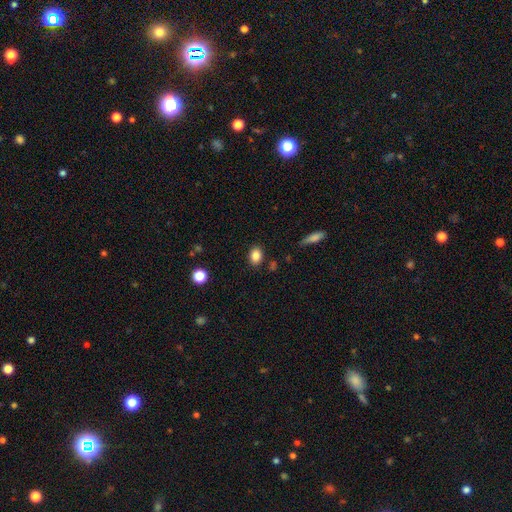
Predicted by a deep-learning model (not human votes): A smooth galaxy with no disk features (85%) that is in between round and cigar-shaped (74%). Merging: none (85%).